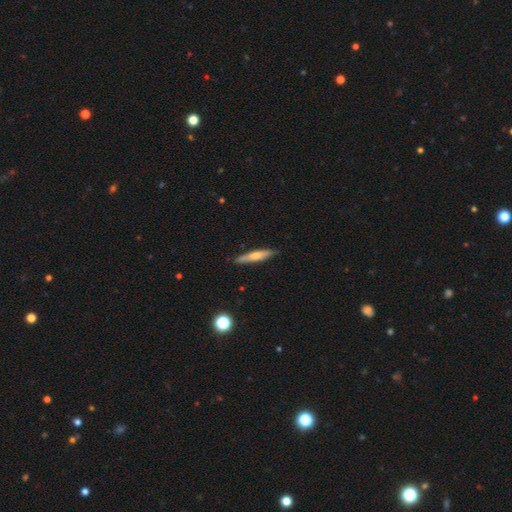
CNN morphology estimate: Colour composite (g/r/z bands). It shows a smooth galaxy with no disk features (60%) that is cigar-shaped (87%). Merging: none (86%).